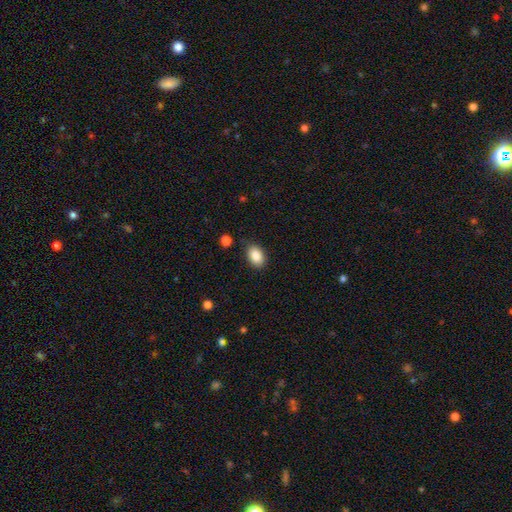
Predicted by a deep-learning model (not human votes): This appears to be a smooth galaxy with no disk features (88%) that is in between round and cigar-shaped (86%). Merging: none (85%).